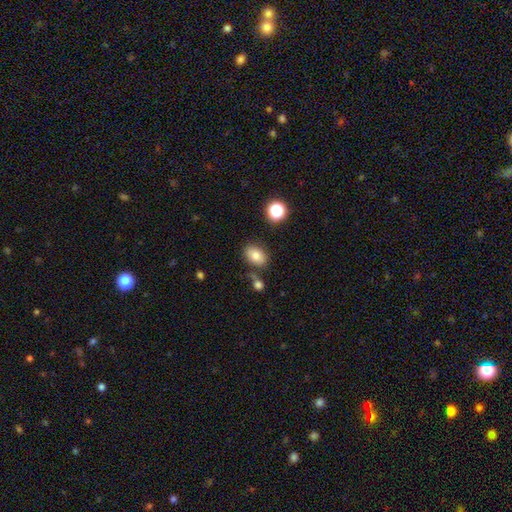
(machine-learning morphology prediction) Smooth or featured: smooth — 79% (featured or disk — 11%)
How rounded: in between — 79% (round — 20%)
Merging: none — 75% (minor disturbance — 13%)